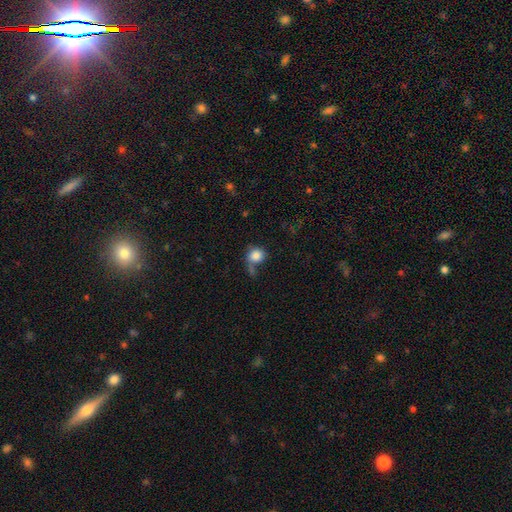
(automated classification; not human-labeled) Overall: smooth (83%). How rounded: round (83%). Merging: none (39%; major disturbance 22%).